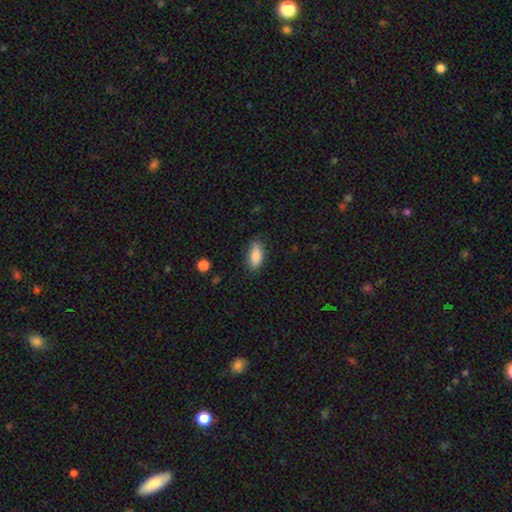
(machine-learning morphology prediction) smooth 85%, featured or disk 7%, star or artifact 7%. Down the decision tree: how rounded — in between (86%); merging — none (78%).